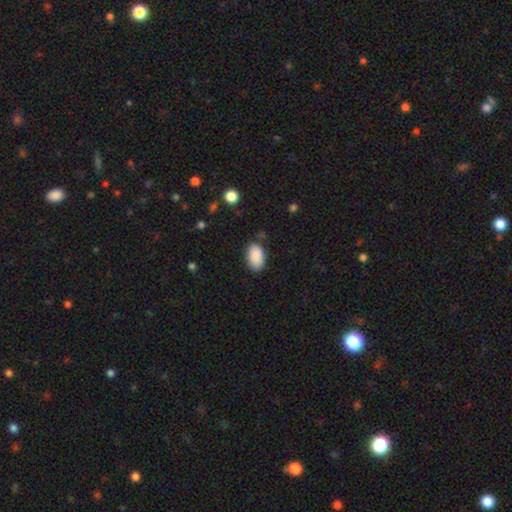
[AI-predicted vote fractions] smooth_or_featured: smooth (p=0.89) [alt: star or artifact p=0.07]
how_rounded: in between (p=0.93) [alt: round p=0.06]
merging: none (p=0.78) [alt: minor disturbance p=0.16]